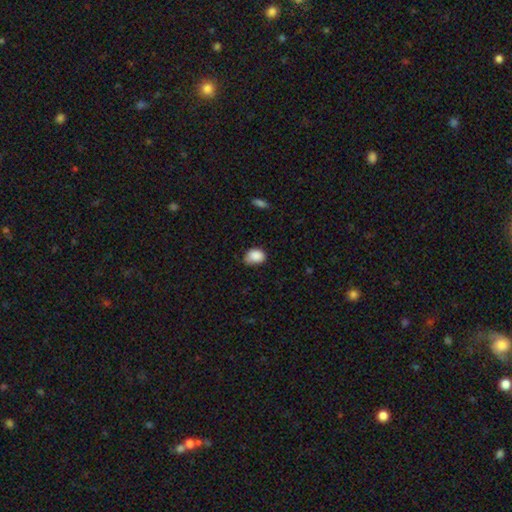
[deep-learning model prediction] The model was most divided on "merging": none: 57%, minor disturbance: 35%, major disturbance: 6%, merger: 2%. More confident: smooth or featured — smooth (88%); how rounded — in between (66%).